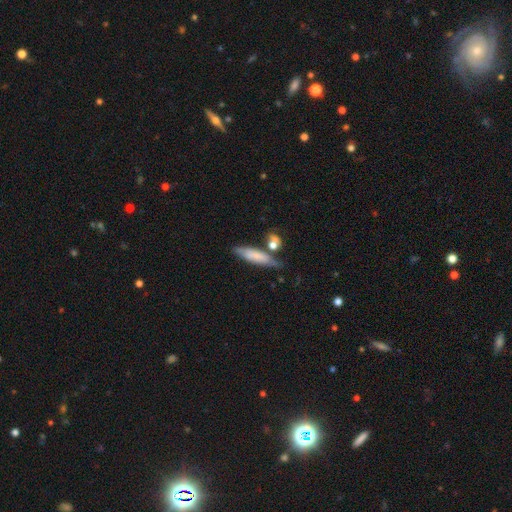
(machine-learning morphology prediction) smooth 69%, featured or disk 24%, star or artifact 7%. Down the decision tree: how rounded — cigar-shaped (64%); merging — none (55%).